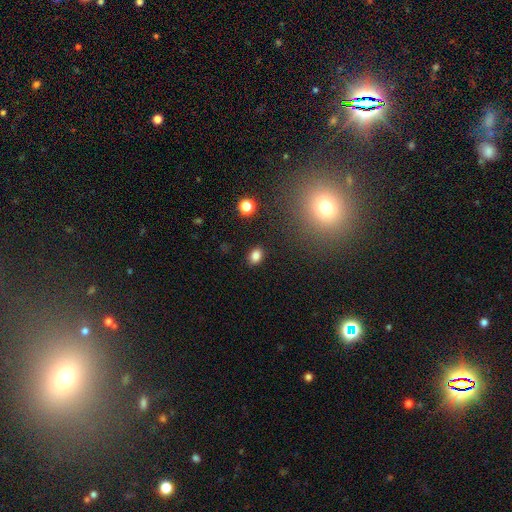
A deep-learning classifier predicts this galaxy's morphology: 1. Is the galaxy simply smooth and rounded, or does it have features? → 83% smooth, 12% star or artifact, 5% featured or disk.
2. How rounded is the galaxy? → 66% in between, 32% round, 1% cigar-shaped.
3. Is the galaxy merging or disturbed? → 87% none, 8% minor disturbance, 3% major disturbance, 2% merger.